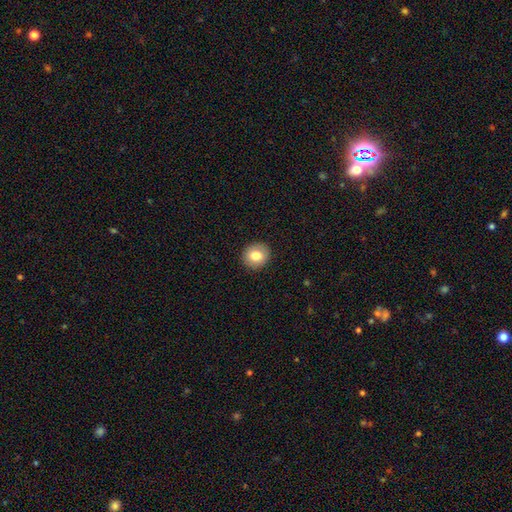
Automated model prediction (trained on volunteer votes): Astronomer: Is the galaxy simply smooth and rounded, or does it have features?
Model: smooth — 80%.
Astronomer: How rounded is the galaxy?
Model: round — 82%.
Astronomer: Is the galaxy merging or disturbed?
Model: none — 91%.